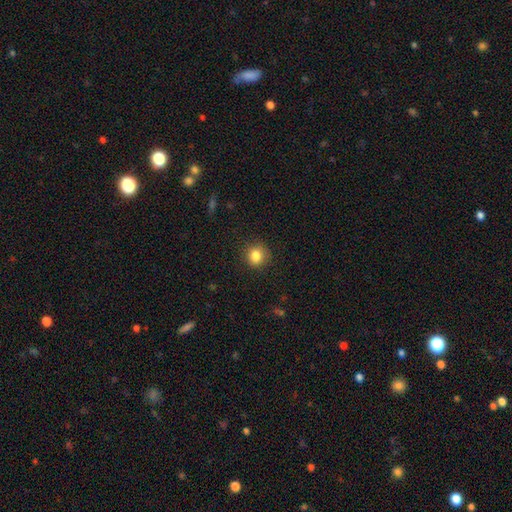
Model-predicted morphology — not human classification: Overall: smooth (83%). How rounded: round (85%). Merging: none (87%).